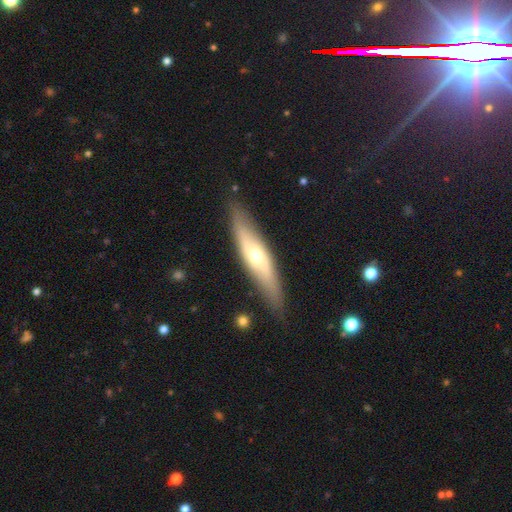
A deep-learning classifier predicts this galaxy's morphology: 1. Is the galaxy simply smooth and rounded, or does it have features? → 57% featured or disk, 38% smooth, 6% star or artifact.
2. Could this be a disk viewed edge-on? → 67% yes, 33% no.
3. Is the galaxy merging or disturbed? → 85% none, 11% minor disturbance, 3% major disturbance, 2% merger.